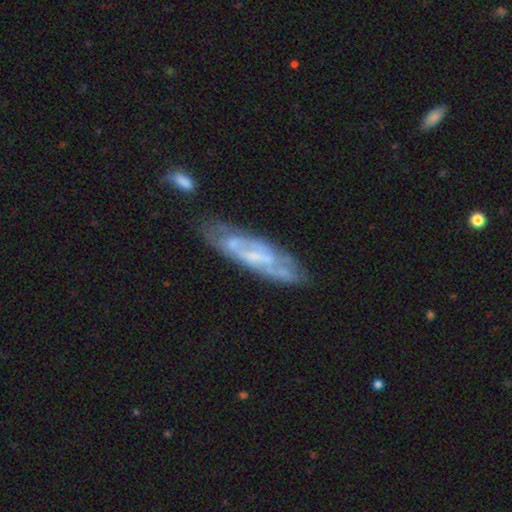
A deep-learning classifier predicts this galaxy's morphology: A featured or disk galaxy (69%). Merging: none (62%).